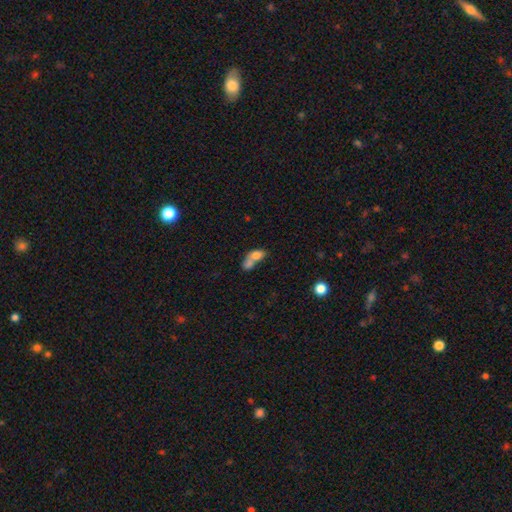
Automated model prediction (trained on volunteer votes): smooth 69%, featured or disk 20%, star or artifact 11%. Down the decision tree: how rounded — in between (70%); merging — merger (70%).